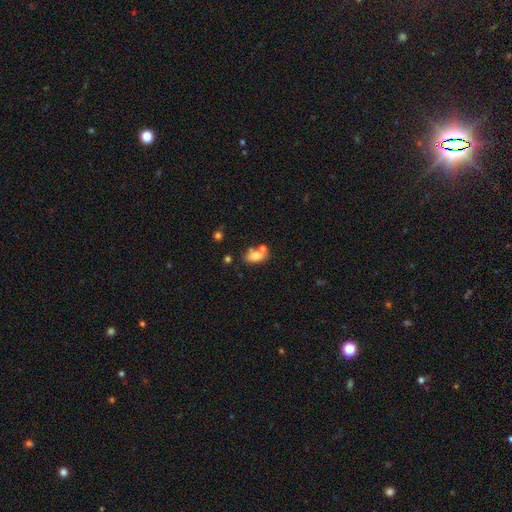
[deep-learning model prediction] A smooth galaxy with no disk features (77%) that is in between round and cigar-shaped (85%). Merging: none (47%).